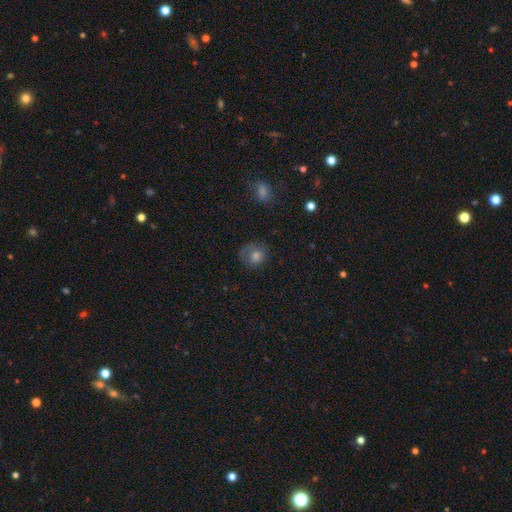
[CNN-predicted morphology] Q: Smooth or featured?
A: smooth (65%); runner-up: featured or disk (22%)
Q: How rounded?
A: round (81%); runner-up: in between (18%)
Q: Merging?
A: none (65%); runner-up: minor disturbance (21%)